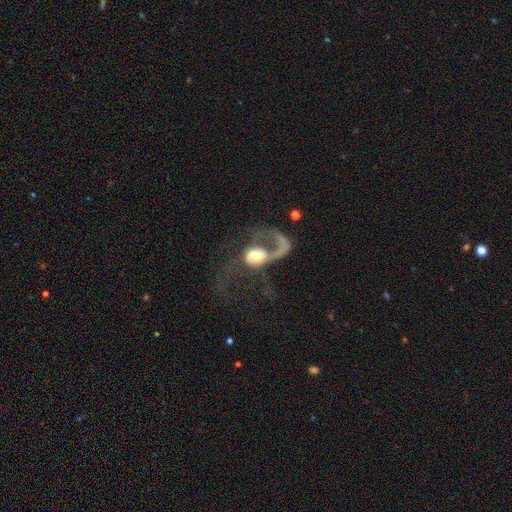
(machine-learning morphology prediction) A featured or disk galaxy (64%) with no bar (63%), spiral arms (76%) and a large central bulge (40%). Merging: major disturbance (66%).